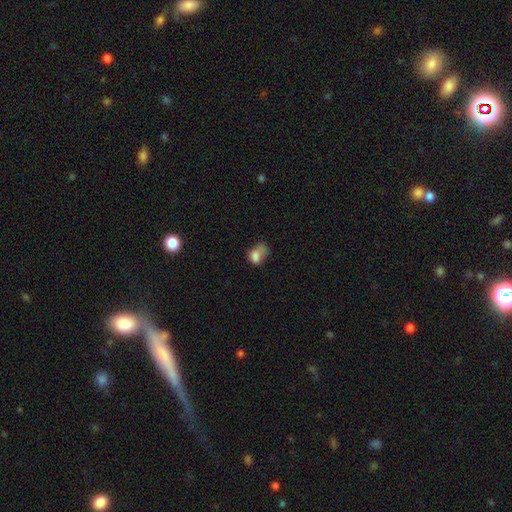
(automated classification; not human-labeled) Morphology: type=smooth (74%); roundness=in between (69%); merging=major disturbance (34%).